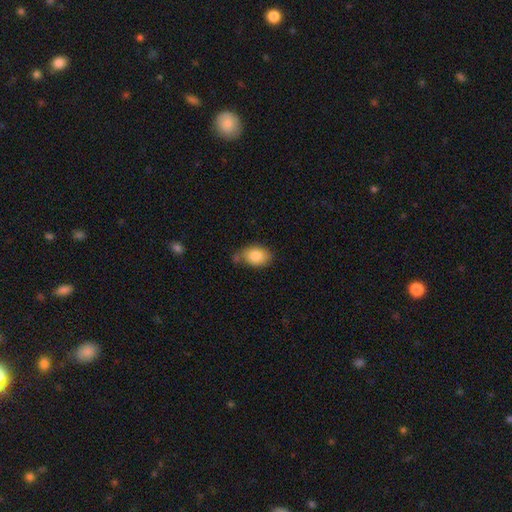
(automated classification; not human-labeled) A smooth galaxy with no disk features (84%) that is in between round and cigar-shaped (80%). Merging: none (58%).